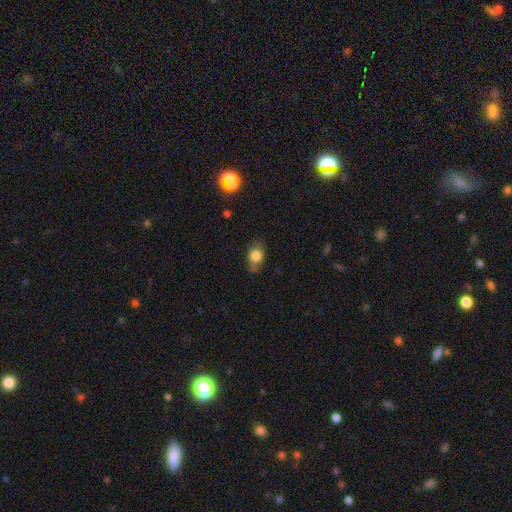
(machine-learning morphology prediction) Smooth or featured?
  - smooth: 77% *
  - featured or disk: 14%
  - star or artifact: 9%
How rounded?
  - in between: 70% *
  - round: 28%
  - cigar-shaped: 3%
Merging?
  - none: 69% *
  - minor disturbance: 23%
  - major disturbance: 6%
  - merger: 2%